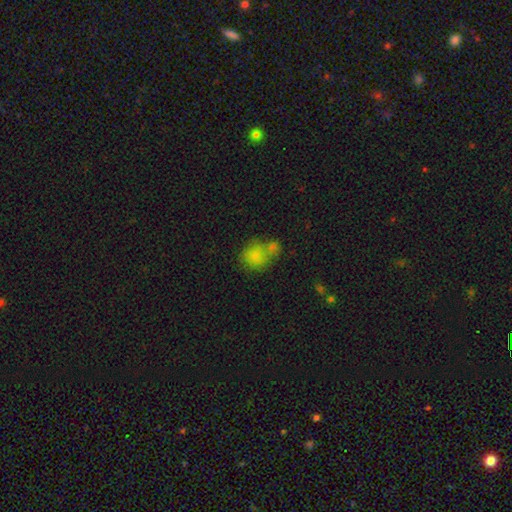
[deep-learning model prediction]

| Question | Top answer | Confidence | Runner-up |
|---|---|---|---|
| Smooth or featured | smooth | 79% | featured or disk (11%) |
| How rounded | round | 70% | in between (29%) |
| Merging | merger | 48% | none (32%) |